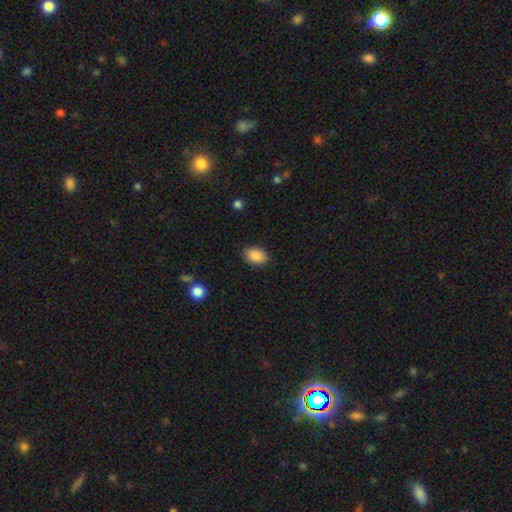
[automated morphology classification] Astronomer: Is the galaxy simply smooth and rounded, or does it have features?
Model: smooth — 89%.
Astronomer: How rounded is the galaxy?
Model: in between — 86%.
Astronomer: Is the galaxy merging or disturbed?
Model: none — 87%.